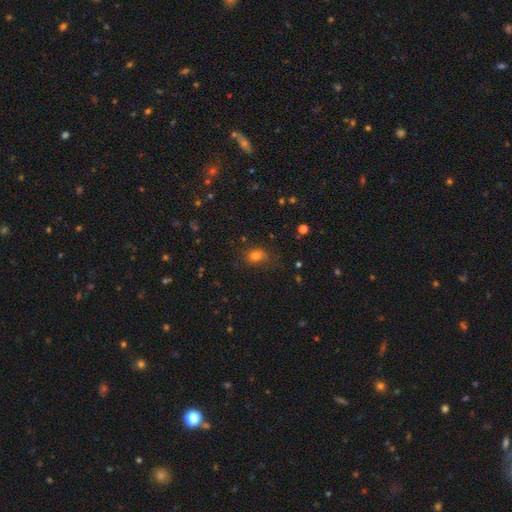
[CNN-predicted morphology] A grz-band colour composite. It shows a smooth galaxy with no disk features (78%) that is in between round and cigar-shaped (51%). Merging: none (72%).